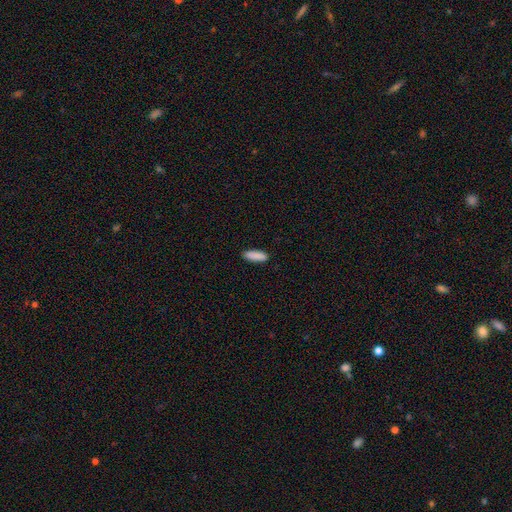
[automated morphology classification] A smooth galaxy with no disk features (90%) that is cigar-shaped (49%, tied with in between). Merging: none (90%).